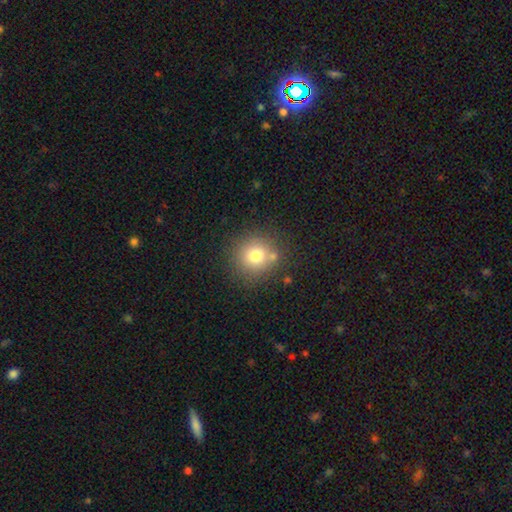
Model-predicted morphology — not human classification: This is likely a smooth galaxy (75%). How rounded: clearly round (91%). Merging: likely none (76%).